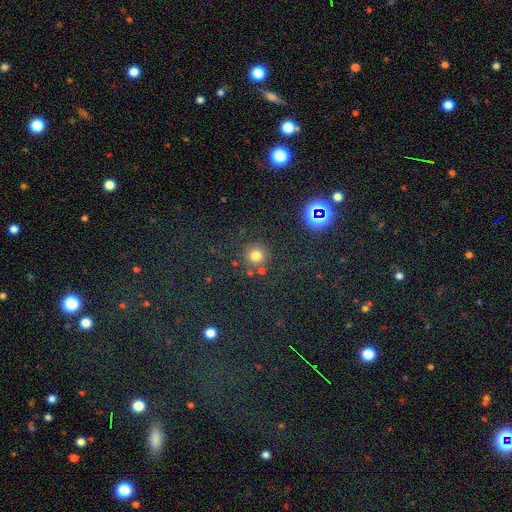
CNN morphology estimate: smooth 74%, star or artifact 20%, featured or disk 6%. Down the decision tree: how rounded — round (92%); merging — none (79%).